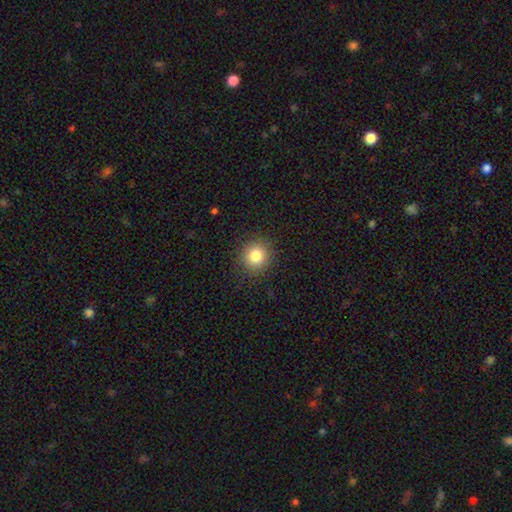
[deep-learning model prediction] Smooth or featured? Predicted: smooth (p=0.82). How rounded? Predicted: round (p=0.88). Merging? Predicted: none (p=0.90).